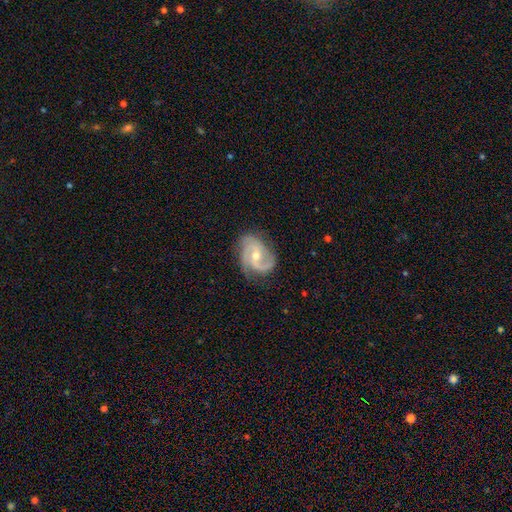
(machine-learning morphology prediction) The model was most divided on "bar": no: 44%, weak: 42%, strong: 14%. Remaining: spiral arms — yes (98%); edge-on disk — no (98%); smooth or featured — featured or disk (89%); merging — none (71%); spiral arm count — 2 (65%); bulge size — moderate (55%); spiral winding — medium (50%).